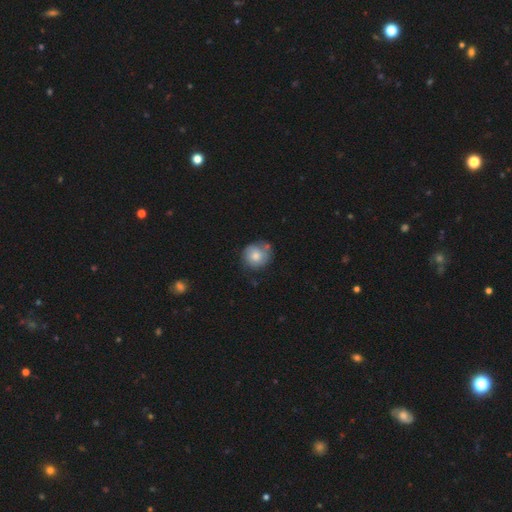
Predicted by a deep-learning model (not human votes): Smooth or featured? smooth (65%)
How rounded? round (84%)
Merging? none (60%)